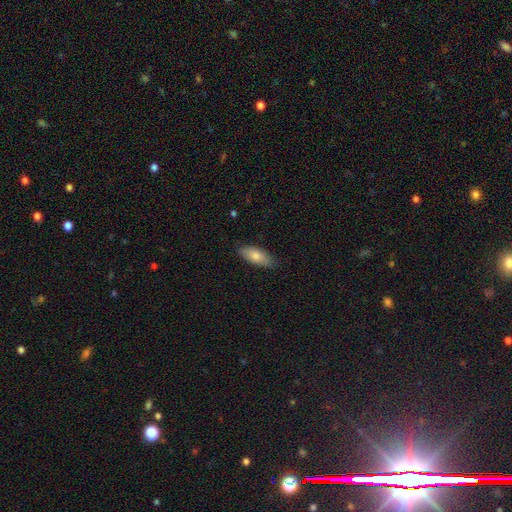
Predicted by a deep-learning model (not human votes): A smooth galaxy with no disk features (79%) that is in between round and cigar-shaped (83%).

Vote fractions:
- Smooth or featured? smooth: 79% / featured or disk: 15% / star or artifact: 6%
- How rounded? in between: 83% / cigar-shaped: 15% / round: 2%
- Merging? none: 81% / minor disturbance: 15% / major disturbance: 2% / merger: 1%